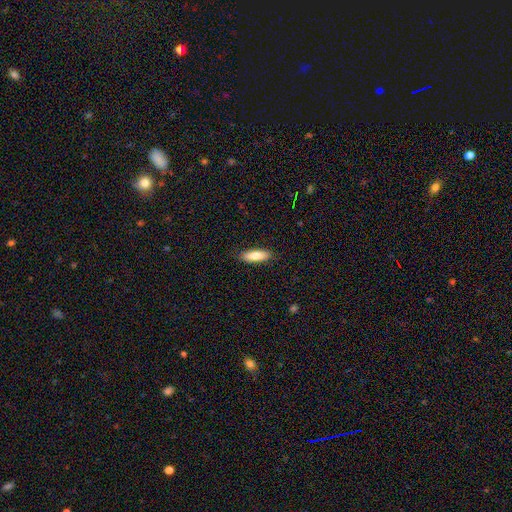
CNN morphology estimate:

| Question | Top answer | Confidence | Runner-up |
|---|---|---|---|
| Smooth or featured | smooth | 83% | featured or disk (11%) |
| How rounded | in between | 57% | cigar-shaped (42%) |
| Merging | none | 87% | minor disturbance (10%) |